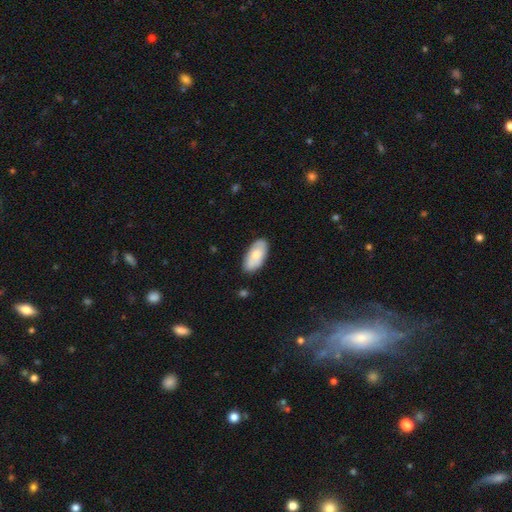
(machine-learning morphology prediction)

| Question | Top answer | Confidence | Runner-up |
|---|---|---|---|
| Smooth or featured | smooth | 74% | featured or disk (21%) |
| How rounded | in between | 94% | cigar-shaped (4%) |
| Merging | none | 82% | minor disturbance (14%) |